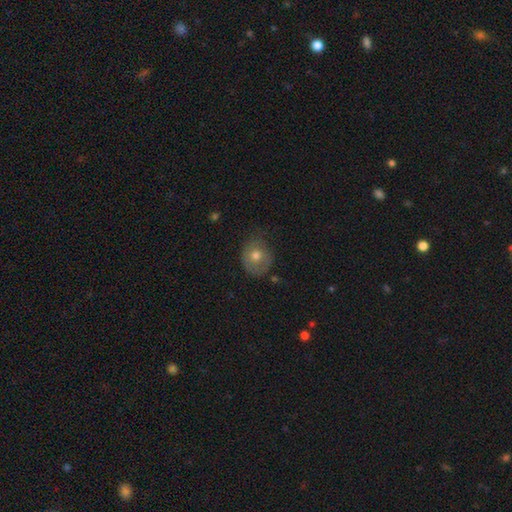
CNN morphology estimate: Q: Smooth or featured?
A: smooth (62%); runner-up: featured or disk (28%)
Q: How rounded?
A: round (66%); runner-up: in between (33%)
Q: Merging?
A: none (61%); runner-up: minor disturbance (28%)